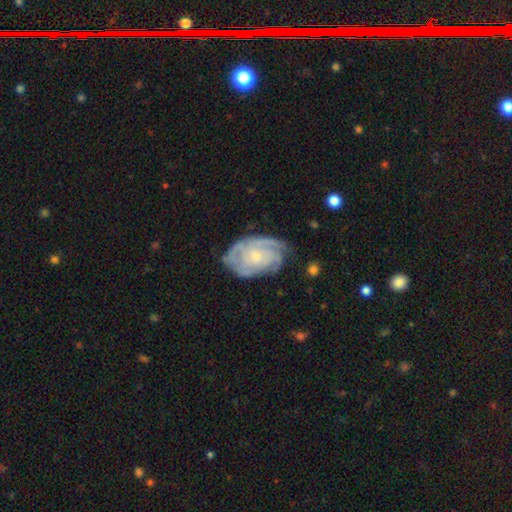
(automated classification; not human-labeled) Smooth or featured: featured or disk — 81% (smooth — 13%)
Edge-on disk: no — 97% (yes — 3%)
Bar: no — 76% (weak — 21%)
Spiral arms: yes — 95% (no — 5%)
Spiral winding: tight — 67% (medium — 27%)
Spiral arm count: can't tell — 33% (3 — 26%)
Bulge size: small — 65% (moderate — 27%)
Merging: none — 67% (minor disturbance — 23%)